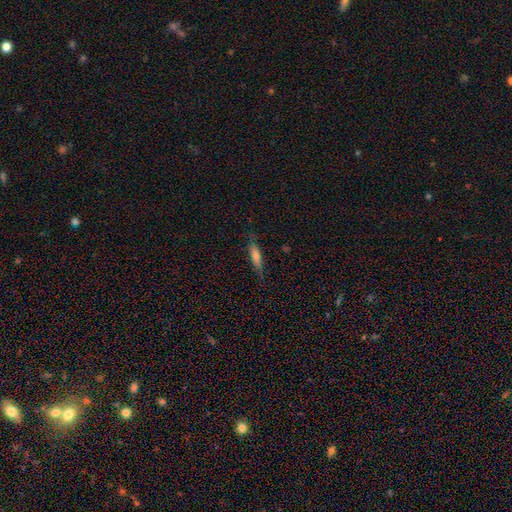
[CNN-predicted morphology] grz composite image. It shows a smooth galaxy with no disk features (62%) that is cigar-shaped (73%). Merging: none (77%).